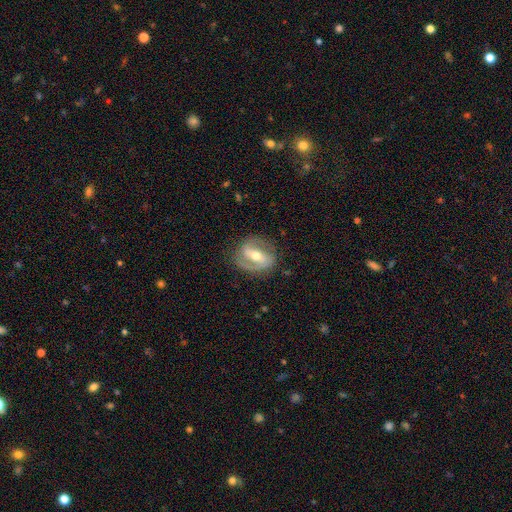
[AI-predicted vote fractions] This is likely a featured or disk galaxy (80%). It is clearly not viewed edge-on (95%). Bar: possibly strong (52%). Spiral arm pattern: clearly yes (86%). Spiral arm count: clearly 2 (83%). Spiral winding: possibly medium (46%). Central bulge: likely moderate (65%). Merging: likely none (77%).